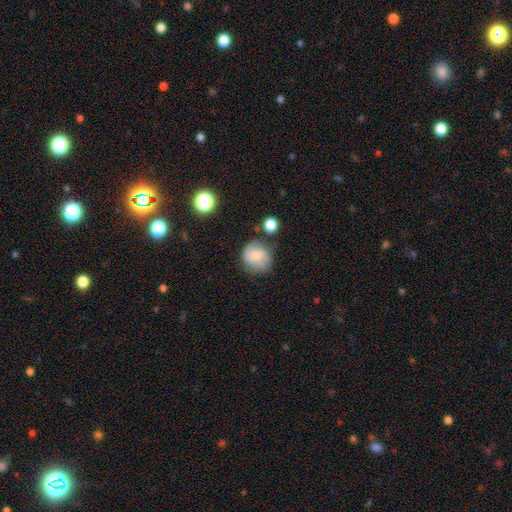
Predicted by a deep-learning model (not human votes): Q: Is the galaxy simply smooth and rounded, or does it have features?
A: smooth — 71%.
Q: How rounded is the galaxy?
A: round — 85%.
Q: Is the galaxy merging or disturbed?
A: none — 68%.